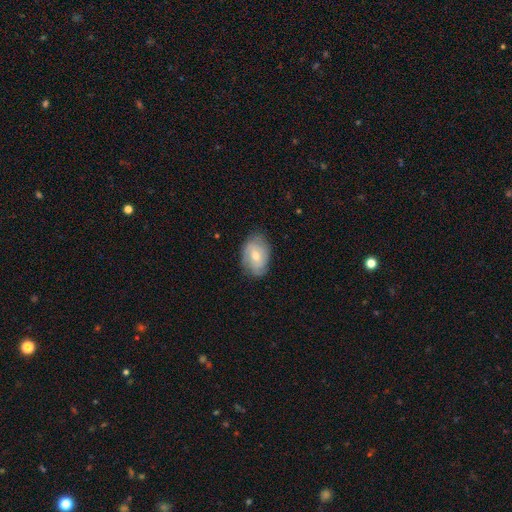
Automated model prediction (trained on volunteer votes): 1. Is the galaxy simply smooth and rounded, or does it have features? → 53% featured or disk, 39% smooth, 8% star or artifact.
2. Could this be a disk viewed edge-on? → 94% no, 6% yes.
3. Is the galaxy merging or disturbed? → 75% none, 19% minor disturbance, 5% major disturbance, 1% merger.